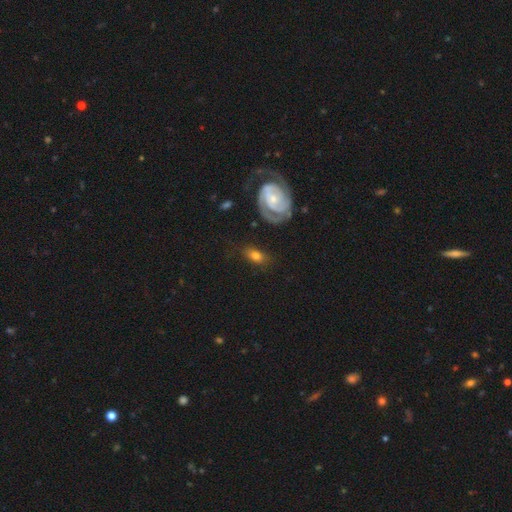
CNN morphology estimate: A smooth galaxy with no disk features (48%).

Vote fractions:
- Smooth or featured? smooth: 48% / featured or disk: 43% / star or artifact: 9%
- Merging? none: 71% / minor disturbance: 17% / major disturbance: 8% / merger: 4%